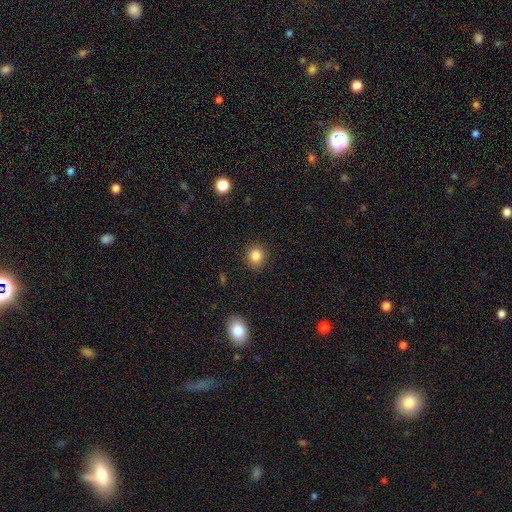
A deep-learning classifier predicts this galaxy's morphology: smooth 84%, star or artifact 11%, featured or disk 5%. Down the decision tree: how rounded — round (82%); merging — none (90%).